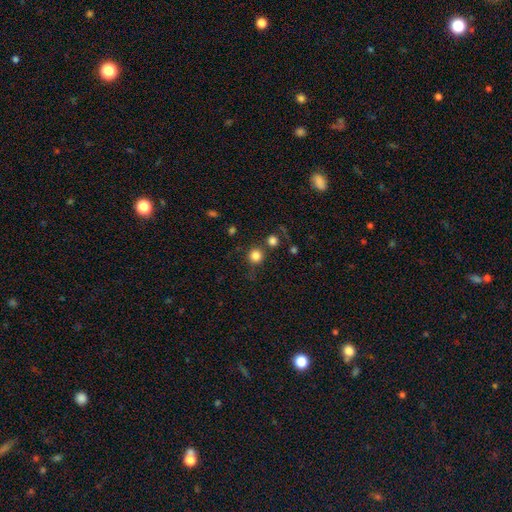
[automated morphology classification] Smooth or featured?
  - smooth: 82% *
  - star or artifact: 13%
  - featured or disk: 5%
How rounded?
  - round: 94% *
  - in between: 5%
  - cigar-shaped: 1%
Merging?
  - none: 77% *
  - merger: 10%
  - minor disturbance: 9%
  - major disturbance: 4%